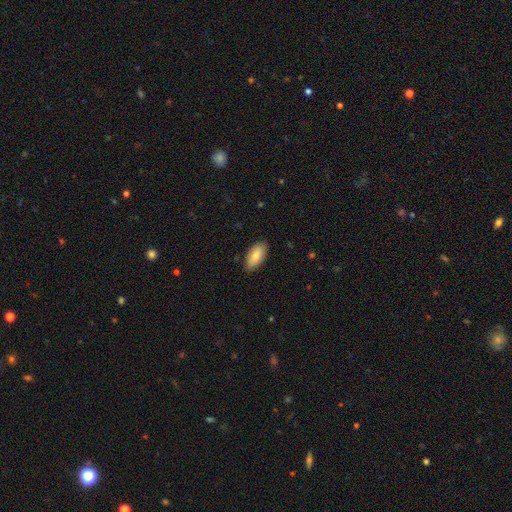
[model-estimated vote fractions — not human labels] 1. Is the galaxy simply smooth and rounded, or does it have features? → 80% smooth, 14% featured or disk, 6% star or artifact.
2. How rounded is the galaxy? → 92% in between, 5% cigar-shaped, 2% round.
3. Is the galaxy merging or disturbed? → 84% none, 13% minor disturbance, 2% major disturbance, 1% merger.